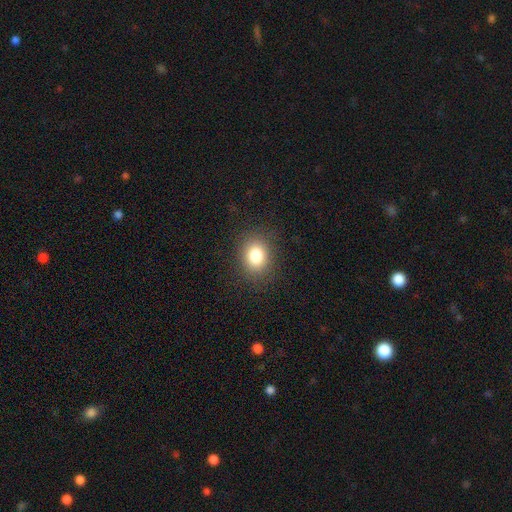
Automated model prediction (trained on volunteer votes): This is clearly a smooth galaxy (82%). How rounded: possibly in between (50%). Merging: clearly none (87%).